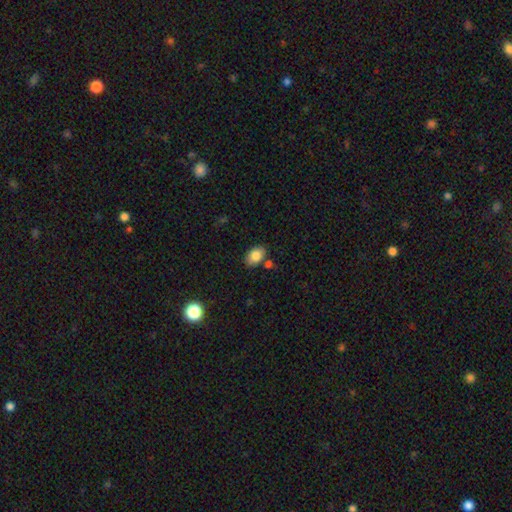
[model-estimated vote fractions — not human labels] Smooth or featured? Predicted: smooth (p=0.83). How rounded? Predicted: in between (p=0.86). Merging? Predicted: none (p=0.78).